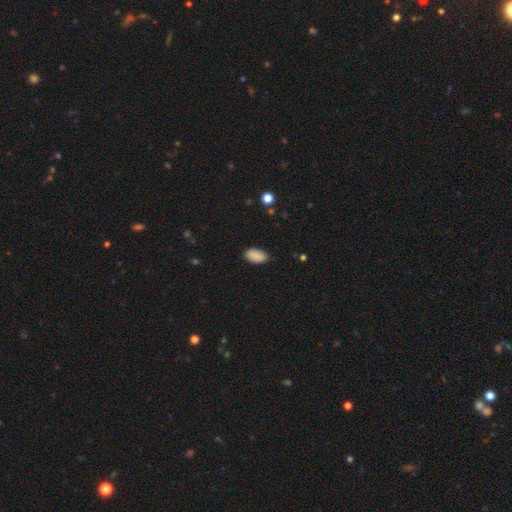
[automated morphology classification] A smooth galaxy with no disk features (89%) that is in between round and cigar-shaped (94%). Merging: none (83%).